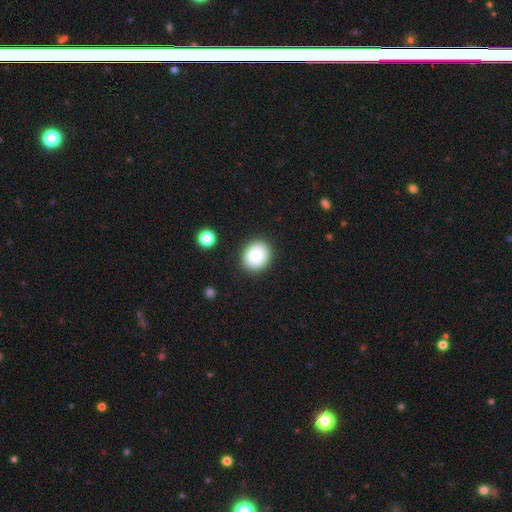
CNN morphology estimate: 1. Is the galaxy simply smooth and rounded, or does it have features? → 83% smooth, 9% star or artifact, 8% featured or disk.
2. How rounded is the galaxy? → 70% round, 30% in between, 1% cigar-shaped.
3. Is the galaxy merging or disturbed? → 88% none, 8% minor disturbance, 2% major disturbance, 2% merger.